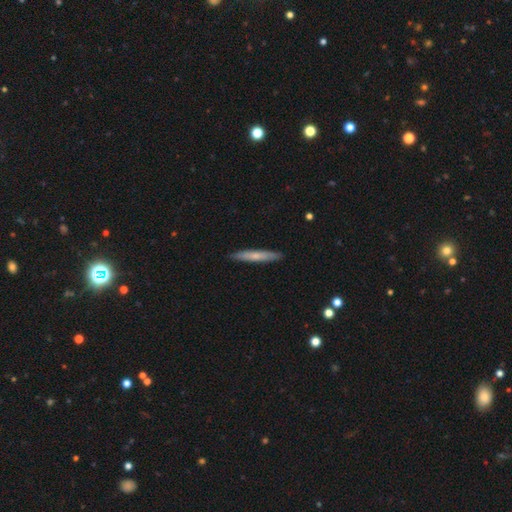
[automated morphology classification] A smooth galaxy with no disk features (62%) that is cigar-shaped (94%).

Vote fractions:
- Smooth or featured? smooth: 62% / featured or disk: 32% / star or artifact: 5%
- How rounded? cigar-shaped: 94% / in between: 4% / round: 1%
- Merging? none: 90% / minor disturbance: 8% / major disturbance: 1% / merger: 1%